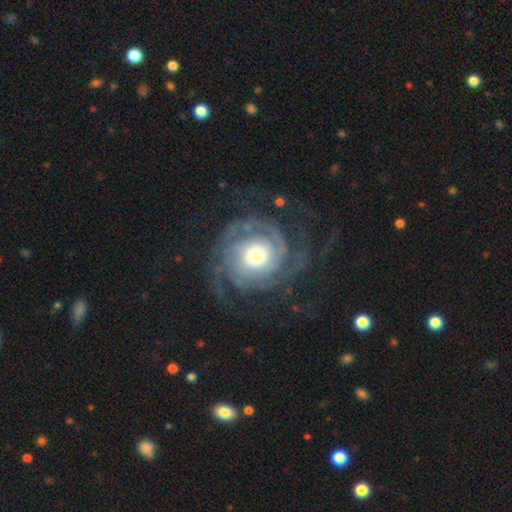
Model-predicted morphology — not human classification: The model was most divided on "spiral arm count": 2: 31%, 3: 26%, can't tell: 17%, 4: 10%, 1: 8%, more than 4: 8%. Remaining: edge-on disk — no (98%); spiral arms — yes (98%); smooth or featured — featured or disk (90%); bar — no (77%); merging — none (69%); spiral winding — tight (67%); bulge size — moderate (45%).